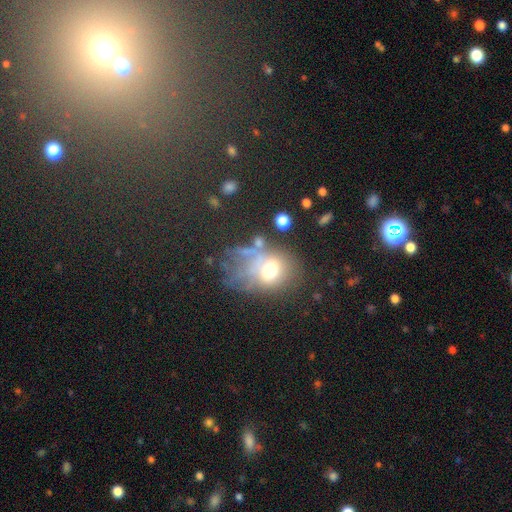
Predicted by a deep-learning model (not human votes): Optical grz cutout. It shows a smooth galaxy with no disk features (55%) that is round (51%). Merging: none (35%).